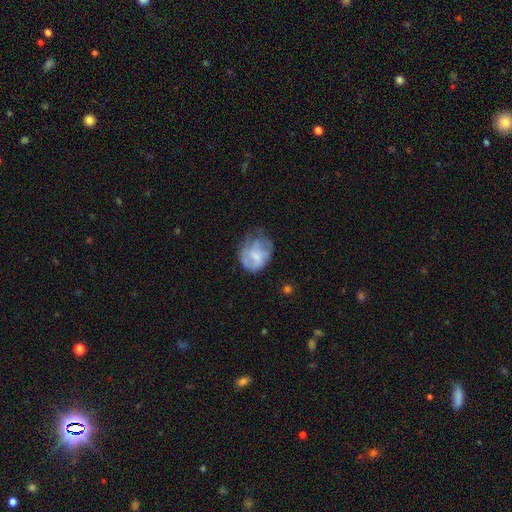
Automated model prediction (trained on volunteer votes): Smooth or featured? smooth (52%)
How rounded? round (53%)
Merging? none (43%)